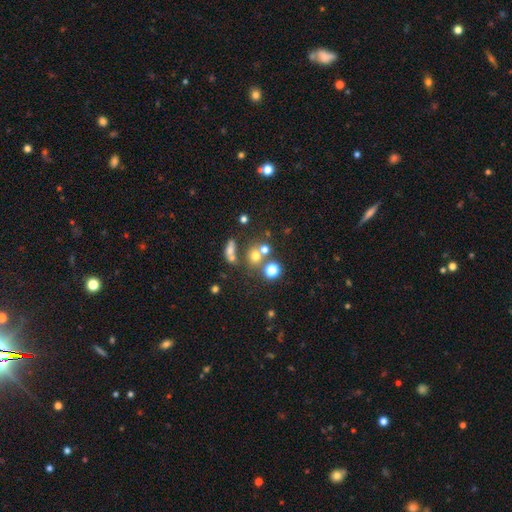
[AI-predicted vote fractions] This is likely a smooth galaxy (62%). How rounded: clearly round (82%). Merging: possibly none (53%).